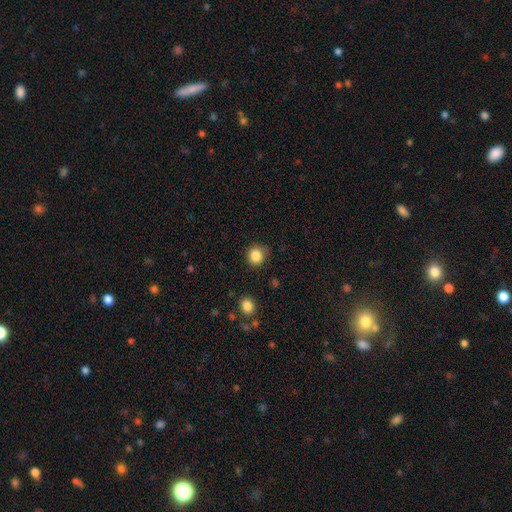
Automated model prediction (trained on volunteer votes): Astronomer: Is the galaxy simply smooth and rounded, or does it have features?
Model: smooth — 86%.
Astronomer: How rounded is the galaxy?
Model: round — 87%.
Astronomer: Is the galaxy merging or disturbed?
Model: none — 81%.